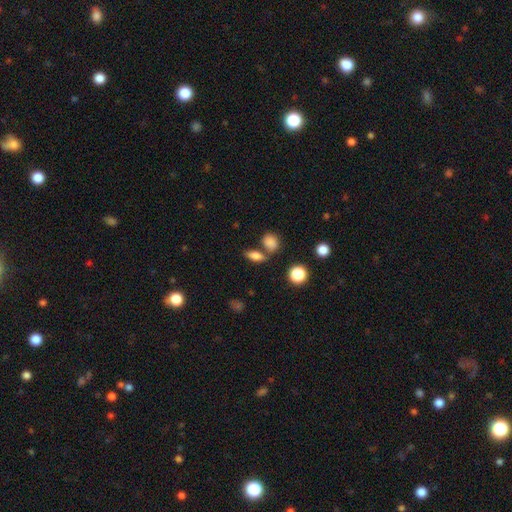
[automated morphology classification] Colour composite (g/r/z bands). It shows a smooth galaxy with no disk features (78%) that is in between round and cigar-shaped (72%). Merging: none (62%).